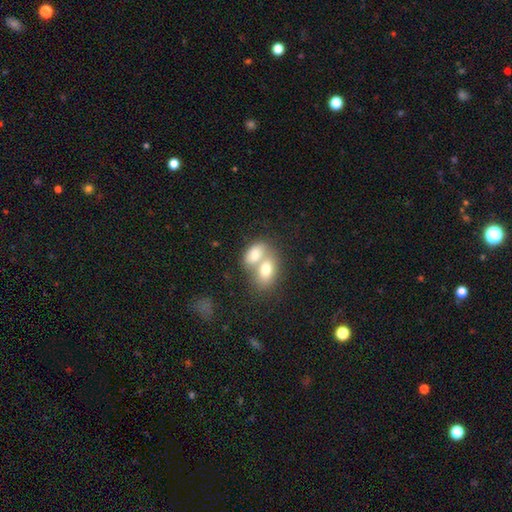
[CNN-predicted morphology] Smooth or featured: smooth — 70% (featured or disk — 21%)
How rounded: in between — 81% (round — 16%)
Merging: merger — 72% (none — 19%)